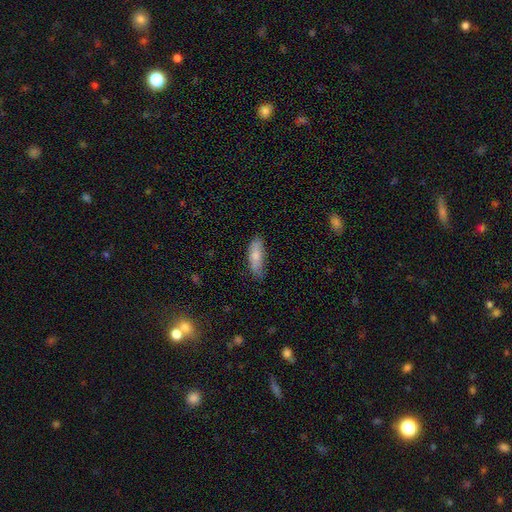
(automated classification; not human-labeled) A smooth galaxy with no disk features (76%) that is in between round and cigar-shaped (65%).

Vote fractions:
- Smooth or featured? smooth: 76% / featured or disk: 18% / star or artifact: 6%
- How rounded? in between: 65% / cigar-shaped: 33% / round: 2%
- Merging? none: 73% / minor disturbance: 22% / major disturbance: 4% / merger: 1%